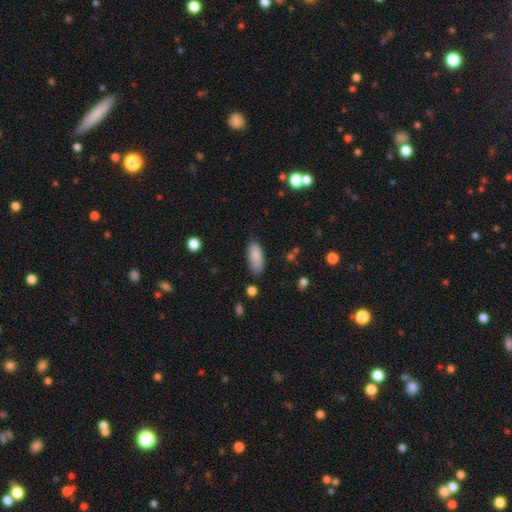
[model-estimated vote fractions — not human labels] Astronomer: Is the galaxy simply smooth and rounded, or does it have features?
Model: smooth — 87%.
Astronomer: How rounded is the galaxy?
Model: in between — 81%.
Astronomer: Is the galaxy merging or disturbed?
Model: none — 78%.